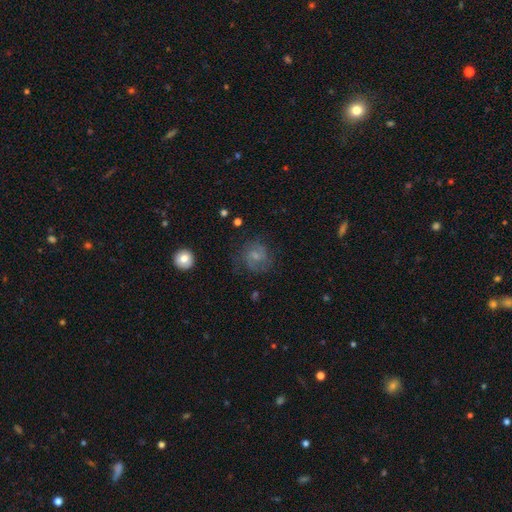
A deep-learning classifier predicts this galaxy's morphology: Smooth or featured? Predicted: featured or disk (p=0.48). Merging? Predicted: none (p=0.65).